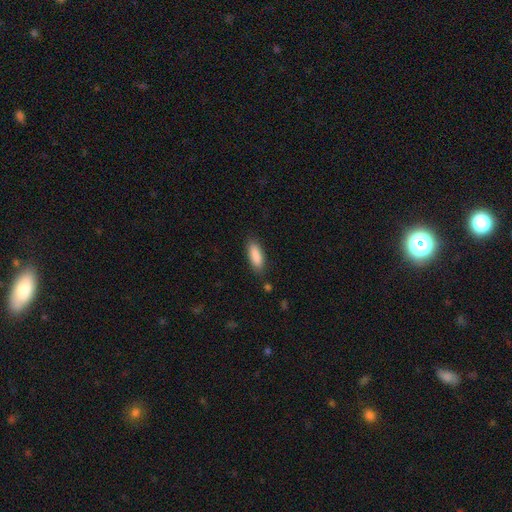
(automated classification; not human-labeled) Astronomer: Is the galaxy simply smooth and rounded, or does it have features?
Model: smooth — 89%.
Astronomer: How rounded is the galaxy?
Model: in between — 69%.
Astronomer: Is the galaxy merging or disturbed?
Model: none — 84%.